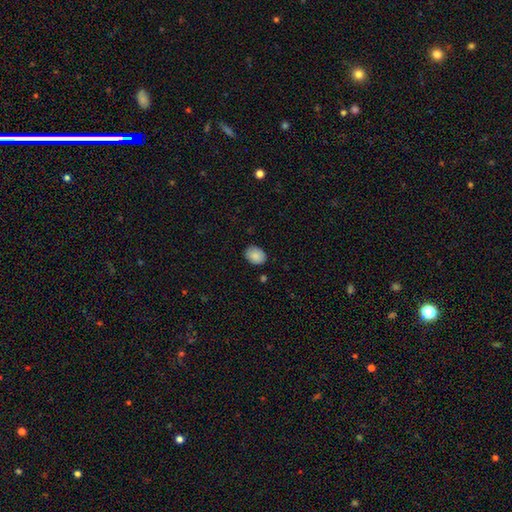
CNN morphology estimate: type=smooth (87%); roundness=in between (69%); merging=none (84%).